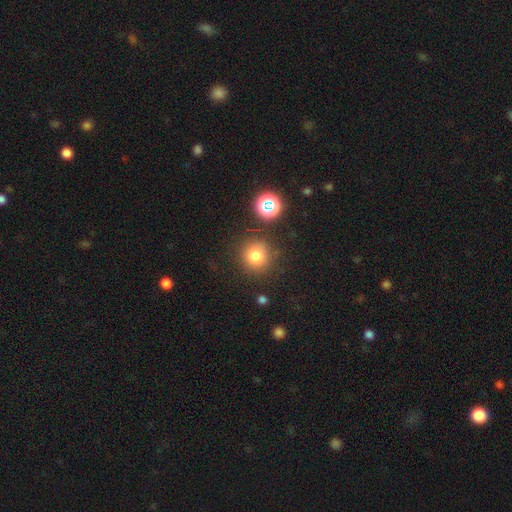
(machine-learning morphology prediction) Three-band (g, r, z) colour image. It shows a smooth galaxy with no disk features (78%) that is round (93%). Merging: none (84%).